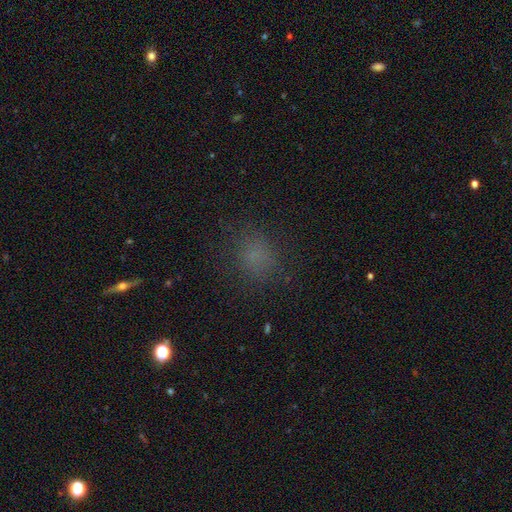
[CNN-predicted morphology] Smooth or featured? smooth (72%)
How rounded? round (74%)
Merging? none (80%)